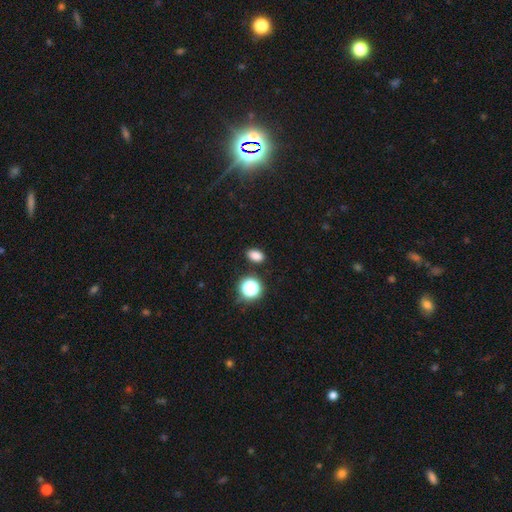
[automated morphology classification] Smooth or featured? smooth (80%)
How rounded? in between (79%)
Merging? none (87%)